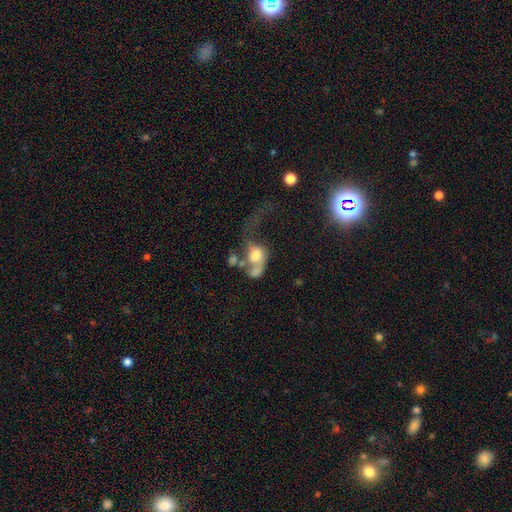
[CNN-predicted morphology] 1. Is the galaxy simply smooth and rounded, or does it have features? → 46% featured or disk, 44% smooth, 10% star or artifact.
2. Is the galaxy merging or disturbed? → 42% major disturbance, 37% merger, 13% none, 9% minor disturbance.